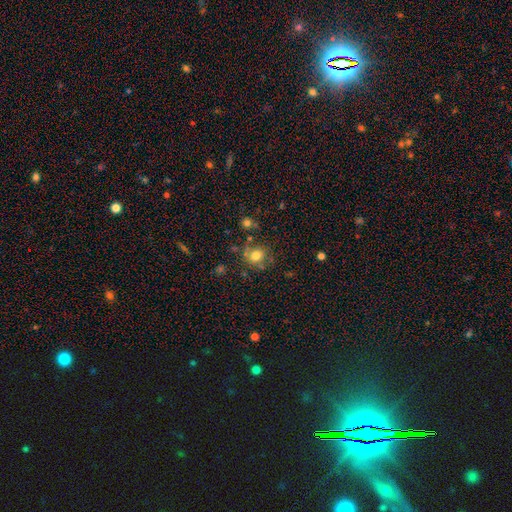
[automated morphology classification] This is likely a smooth galaxy (77%). How rounded: likely round (76%). Merging: likely none (66%).